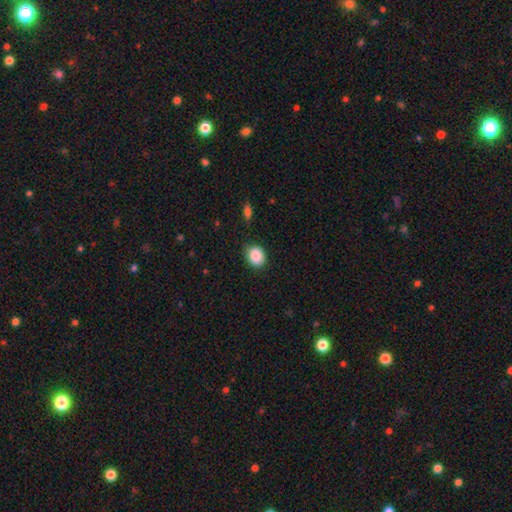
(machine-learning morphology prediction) type=smooth (88%); roundness=round (60%); merging=none (79%).